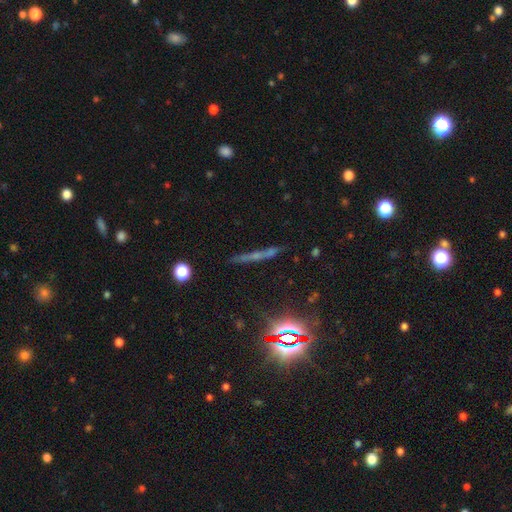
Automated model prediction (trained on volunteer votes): smooth_or_featured: featured or disk (p=0.35) [alt: smooth p=0.32]
merging: none (p=0.76) [alt: minor disturbance p=0.14]